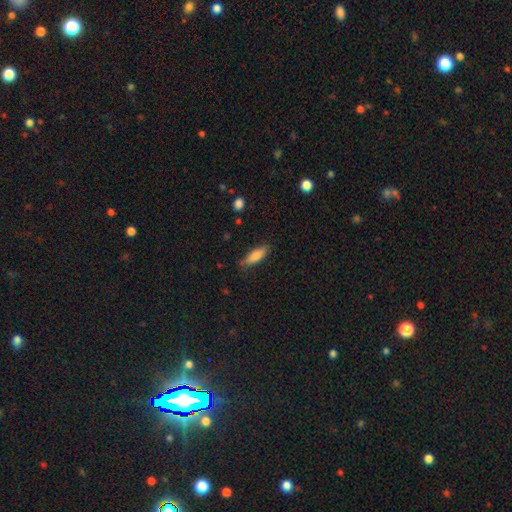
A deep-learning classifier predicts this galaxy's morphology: Smooth or featured? Predicted: smooth (p=0.81). How rounded? Predicted: in between (p=0.56). Merging? Predicted: none (p=0.78).